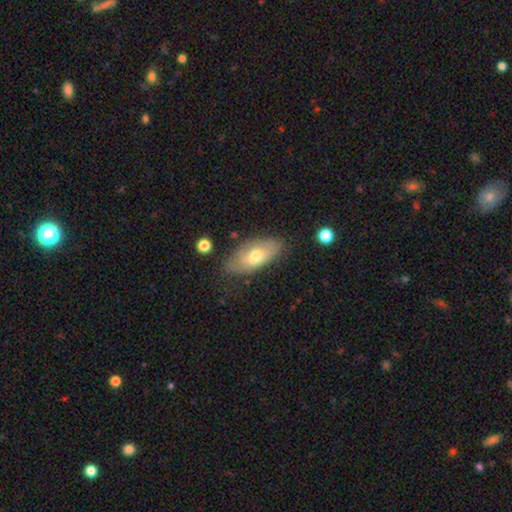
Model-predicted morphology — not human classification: smooth-or-featured: smooth: 59% | featured or disk: 34% | star or artifact: 7%
  how-rounded: in between: 90% | cigar-shaped: 7% | round: 3%
  merging: none: 63% | minor disturbance: 26% | major disturbance: 8% | merger: 3%